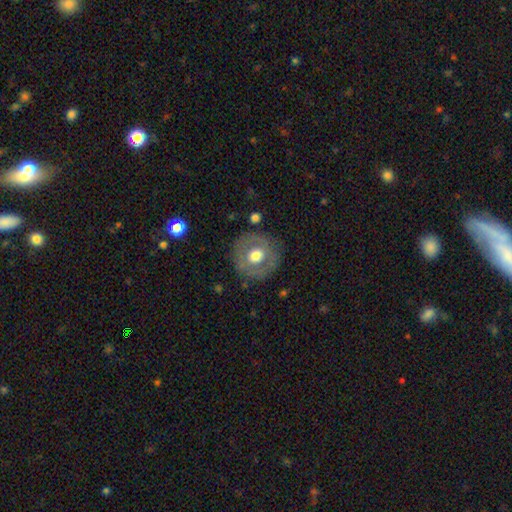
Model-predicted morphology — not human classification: The model was most divided on "smooth or featured": smooth: 53%, featured or disk: 39%, star or artifact: 7%. More confident: how rounded — round (91%); merging — none (83%).